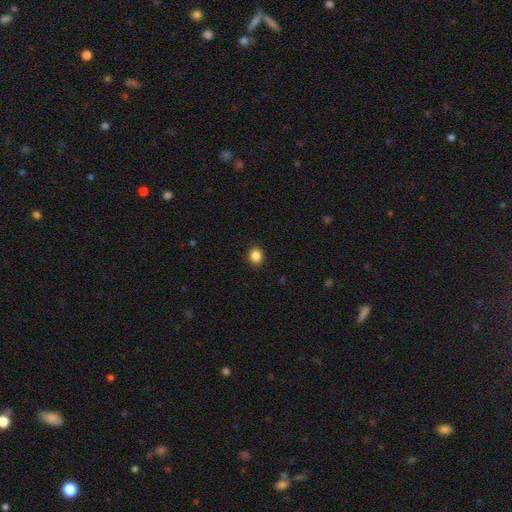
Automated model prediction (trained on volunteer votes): Overall: smooth (86%). How rounded: round (77%). Merging: none (91%).